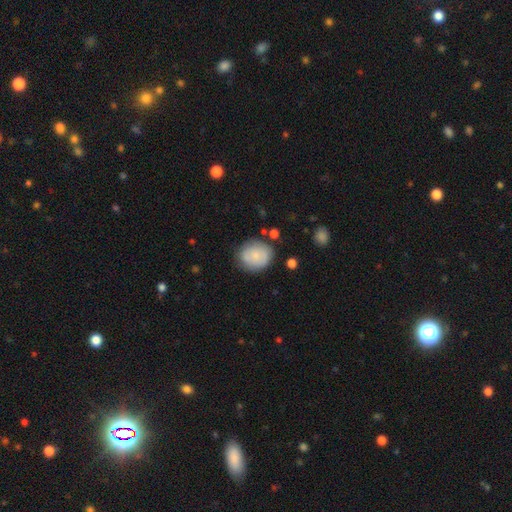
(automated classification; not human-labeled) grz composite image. It shows a smooth galaxy with no disk features (72%) that is round (71%). Merging: none (72%).